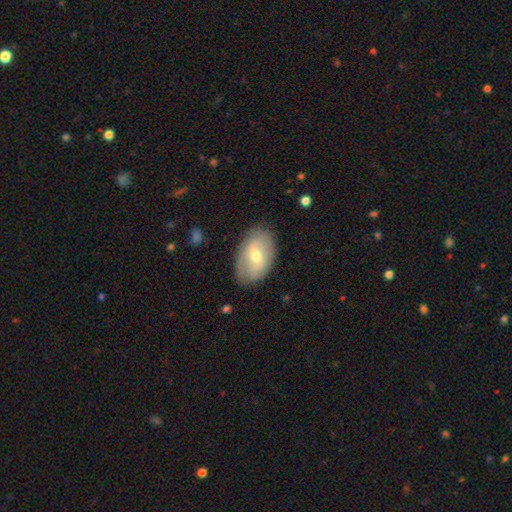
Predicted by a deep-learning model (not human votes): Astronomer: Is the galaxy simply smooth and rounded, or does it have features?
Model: smooth — 50% (runner-up: featured or disk, 43%).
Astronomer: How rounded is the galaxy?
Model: in between — 90%.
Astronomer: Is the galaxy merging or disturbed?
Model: none — 79%.